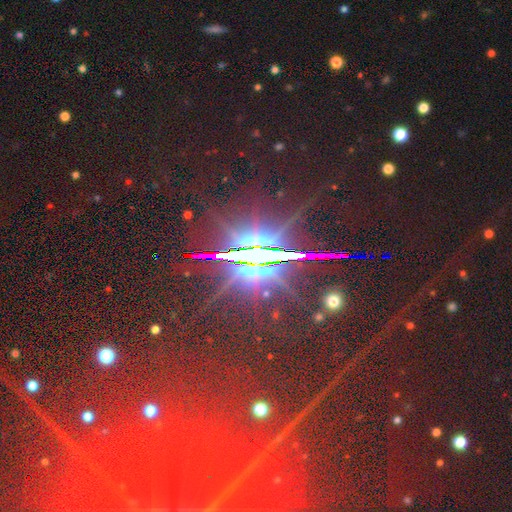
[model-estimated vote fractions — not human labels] This appears to be a star or artifact, not a galaxy (80%).